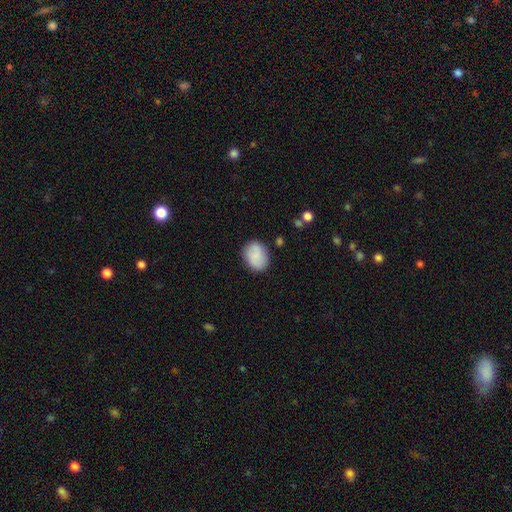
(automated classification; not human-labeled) The model was most divided on "how rounded": in between: 65%, round: 34%, cigar-shaped: 1%. More confident: smooth or featured — smooth (82%); merging — none (81%).